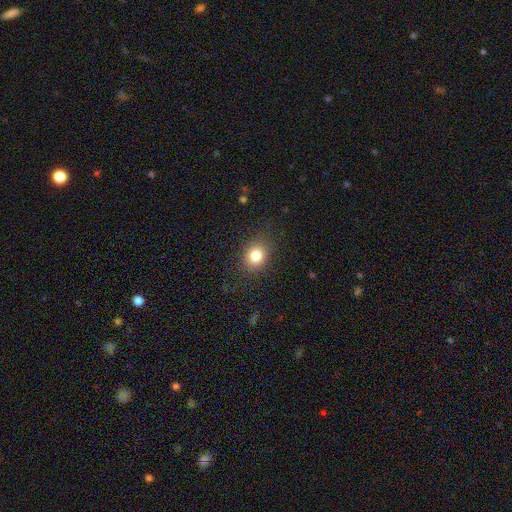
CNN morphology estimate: A smooth galaxy with no disk features (82%) that is round (61%).

Vote fractions:
- Smooth or featured? smooth: 82% / star or artifact: 11% / featured or disk: 7%
- How rounded? round: 61% / in between: 38% / cigar-shaped: 1%
- Merging? none: 83% / minor disturbance: 12% / major disturbance: 4% / merger: 1%